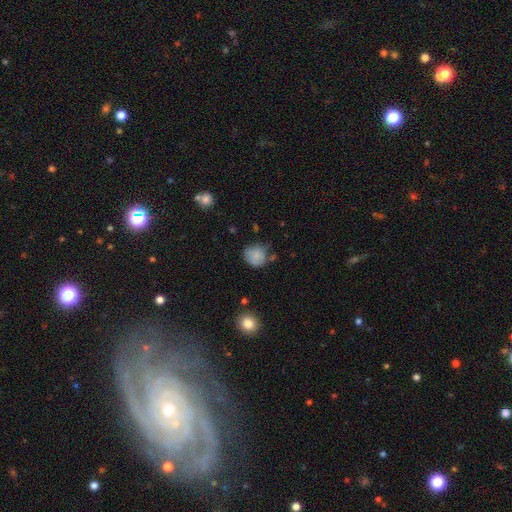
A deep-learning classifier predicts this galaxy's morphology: Smooth or featured? Predicted: smooth (p=0.77). How rounded? Predicted: round (p=0.78). Merging? Predicted: none (p=0.56).